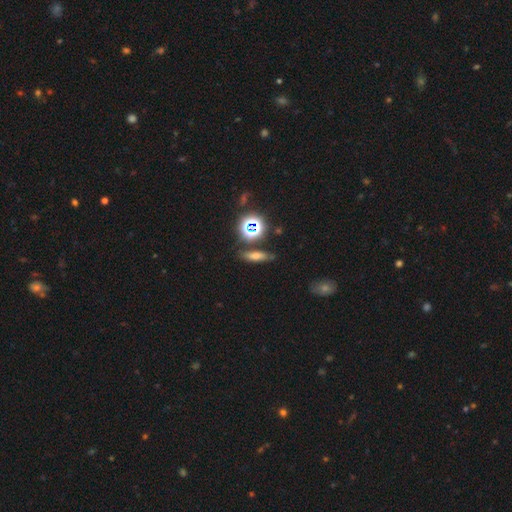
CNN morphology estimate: Smooth or featured: smooth — 53% (star or artifact — 25%)
How rounded: cigar-shaped — 54% (in between — 33%)
Merging: none — 79% (minor disturbance — 11%)